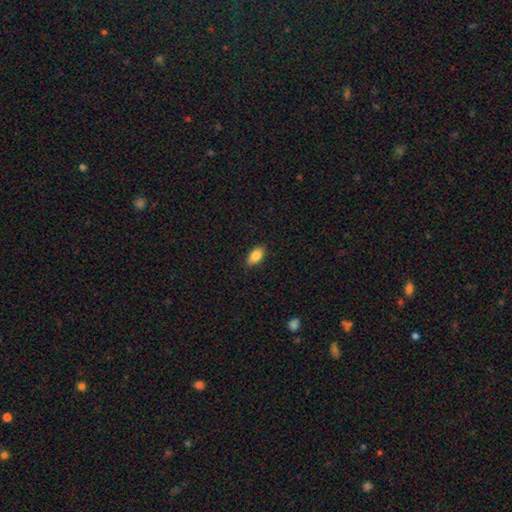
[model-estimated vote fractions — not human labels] smooth-or-featured: smooth: 85% | featured or disk: 8% | star or artifact: 7%
  how-rounded: in between: 92% | round: 5% | cigar-shaped: 4%
  merging: none: 88% | minor disturbance: 9% | major disturbance: 2% | merger: 1%